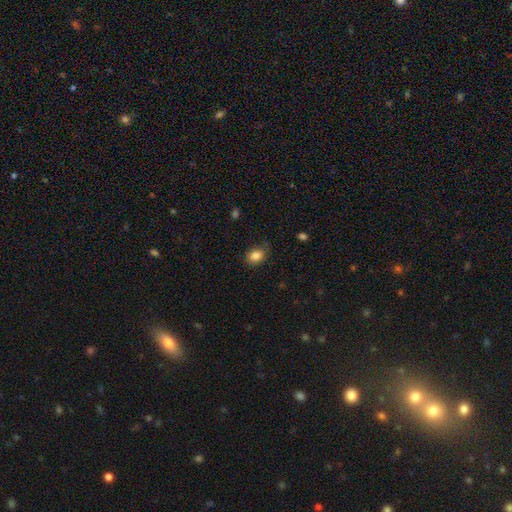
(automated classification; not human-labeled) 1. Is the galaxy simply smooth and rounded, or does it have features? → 84% smooth, 10% star or artifact, 6% featured or disk.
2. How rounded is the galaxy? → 63% in between, 36% round, 1% cigar-shaped.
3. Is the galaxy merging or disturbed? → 78% none, 17% minor disturbance, 4% major disturbance, 1% merger.